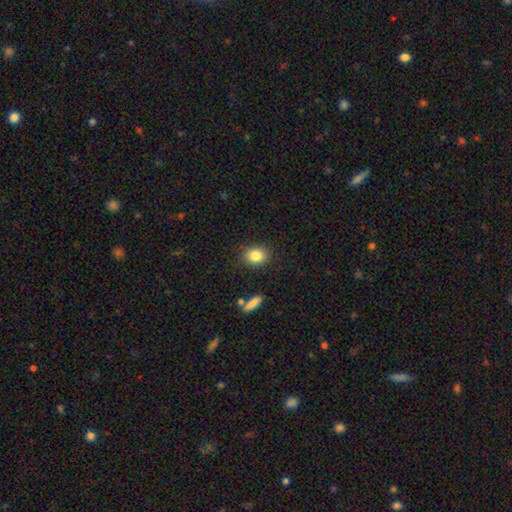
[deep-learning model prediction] Morphology: type=smooth (83%); roundness=round (55%); merging=none (86%).